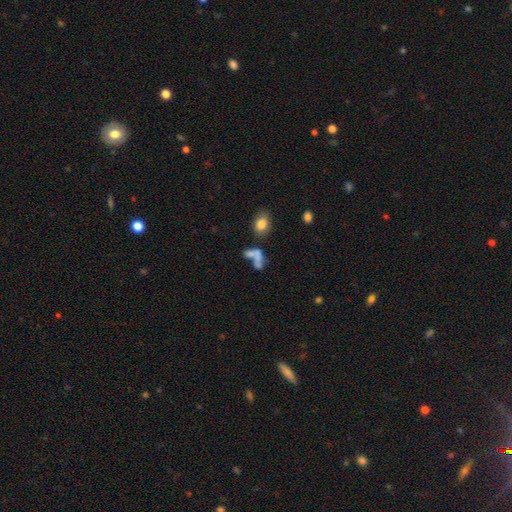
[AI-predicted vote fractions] A smooth galaxy with no disk features (55%) that is in between round and cigar-shaped (72%). Merging: merger (50%).